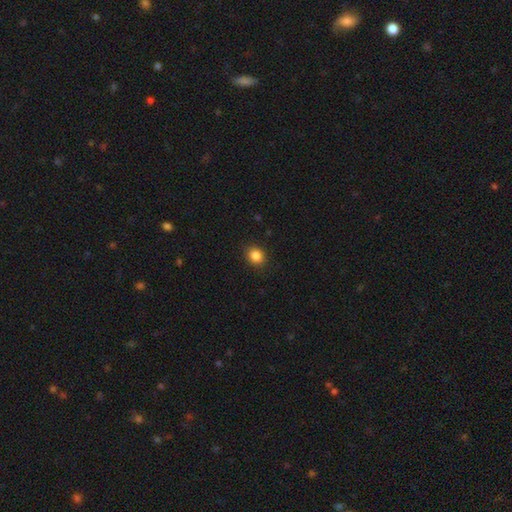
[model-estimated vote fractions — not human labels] Overall: smooth (85%). How rounded: round (70%). Merging: none (90%).